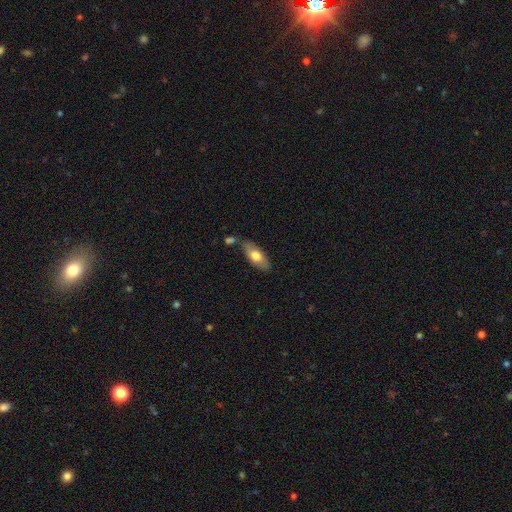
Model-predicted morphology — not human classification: Smooth or featured? Predicted: smooth (p=0.66). How rounded? Predicted: in between (p=0.83). Merging? Predicted: none (p=0.70).